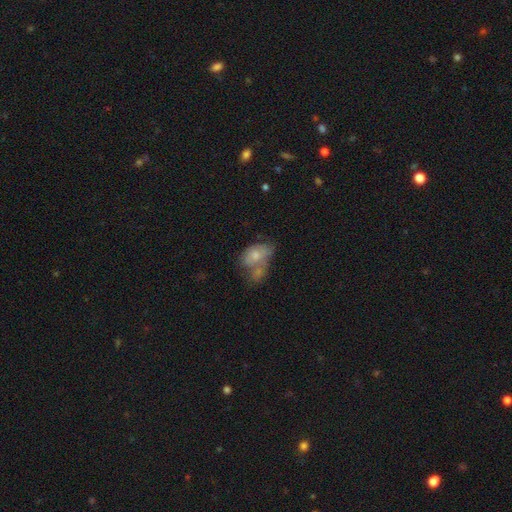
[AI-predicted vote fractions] Smooth or featured: smooth — 67% (featured or disk — 26%)
How rounded: in between — 84% (round — 14%)
Merging: merger — 49% (none — 22%)